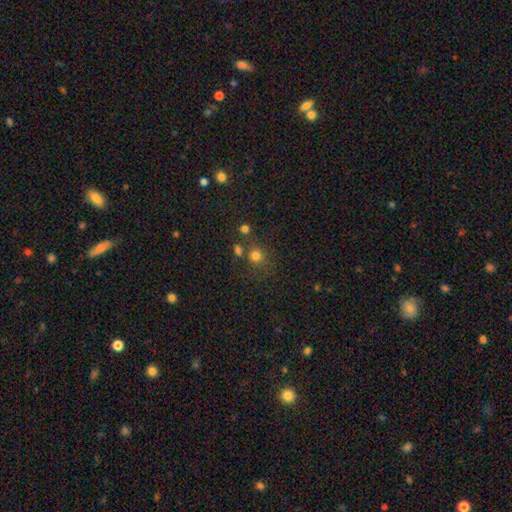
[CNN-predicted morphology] Smooth or featured? smooth (75%)
How rounded? round (81%)
Merging? none (62%)